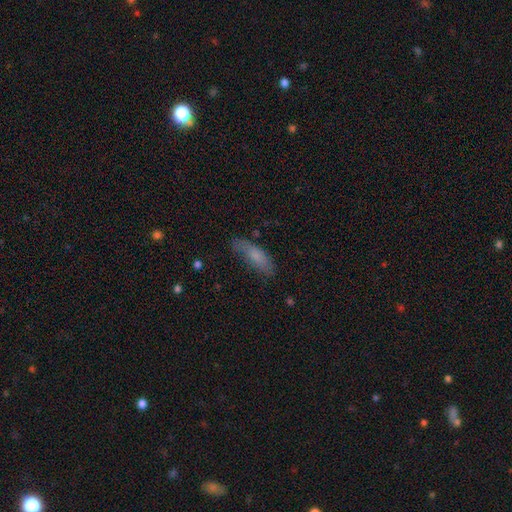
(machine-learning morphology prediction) Smooth or featured?
  - smooth: 73% *
  - featured or disk: 19%
  - star or artifact: 7%
How rounded?
  - in between: 51% *
  - cigar-shaped: 47%
  - round: 2%
Merging?
  - none: 61% *
  - minor disturbance: 27%
  - major disturbance: 9%
  - merger: 3%